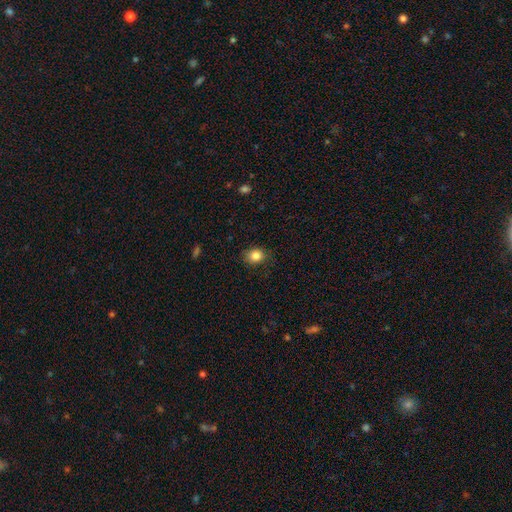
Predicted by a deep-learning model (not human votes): This appears to be a smooth galaxy with no disk features (85%) that is round (56%). Merging: none (82%).